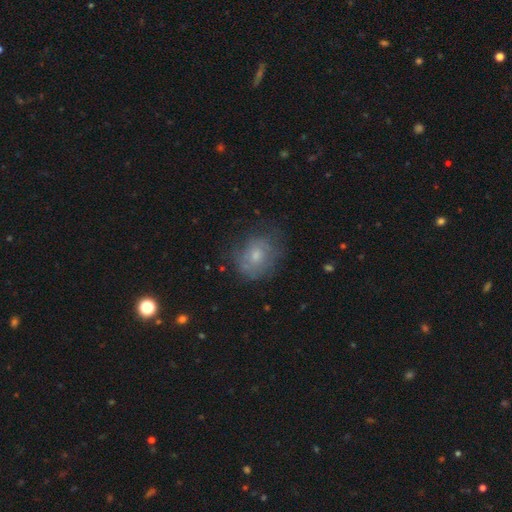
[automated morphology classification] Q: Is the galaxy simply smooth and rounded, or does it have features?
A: smooth — 51%.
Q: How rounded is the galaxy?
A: round — 60%.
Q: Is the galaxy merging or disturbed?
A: none — 61%.